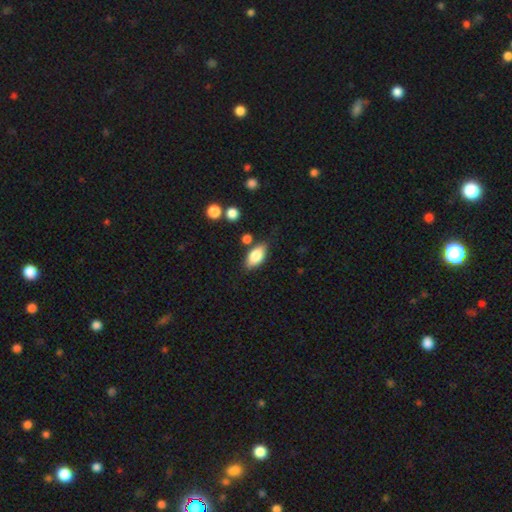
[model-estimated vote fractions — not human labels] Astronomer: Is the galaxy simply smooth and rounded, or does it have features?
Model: smooth — 81%.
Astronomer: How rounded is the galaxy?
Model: in between — 89%.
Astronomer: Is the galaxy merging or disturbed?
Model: none — 78%.